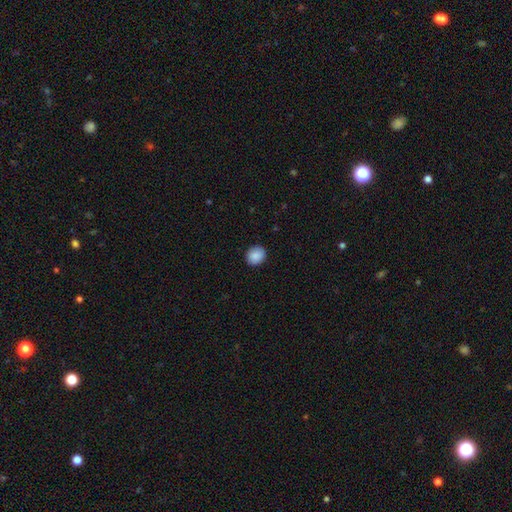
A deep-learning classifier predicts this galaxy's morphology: smooth 89%, star or artifact 8%, featured or disk 3%. Down the decision tree: how rounded — round (75%); merging — none (90%).